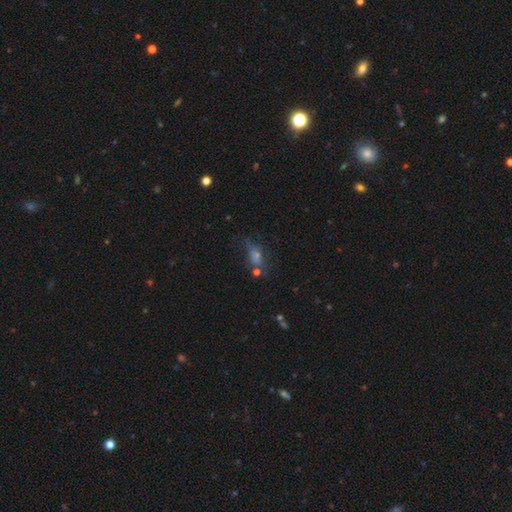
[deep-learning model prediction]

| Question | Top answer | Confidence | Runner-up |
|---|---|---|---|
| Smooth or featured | smooth | 45% | star or artifact (31%) |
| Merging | none | 51% | minor disturbance (22%) |